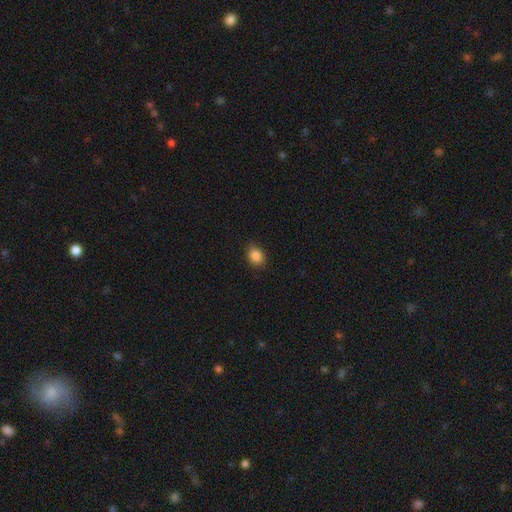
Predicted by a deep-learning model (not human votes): Overall: smooth (87%). How rounded: in between (57%; round 42%). Merging: none (86%).